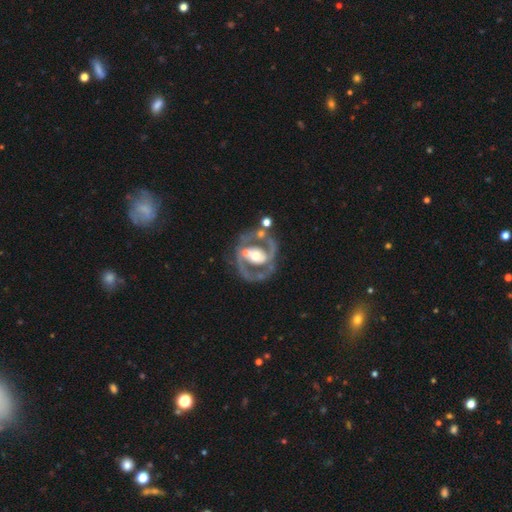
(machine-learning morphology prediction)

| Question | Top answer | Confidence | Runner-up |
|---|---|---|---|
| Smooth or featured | featured or disk | 84% | smooth (11%) |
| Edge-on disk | no | 97% | yes (3%) |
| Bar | no | 46% | weak (29%) |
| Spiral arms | yes | 78% | no (22%) |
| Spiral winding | medium | 51% | tight (31%) |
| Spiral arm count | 2 | 83% | can't tell (6%) |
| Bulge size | moderate | 66% | large (17%) |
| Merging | none | 63% | minor disturbance (16%) |